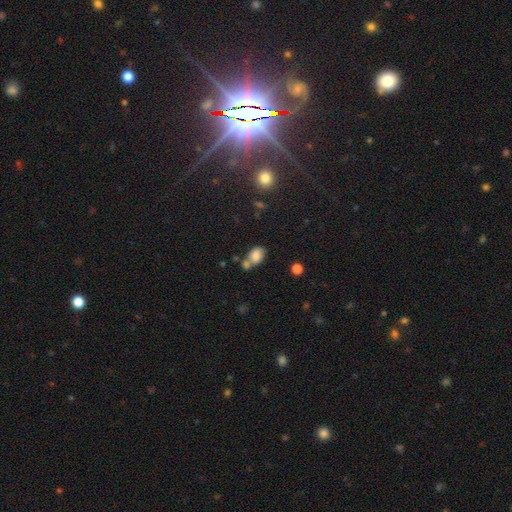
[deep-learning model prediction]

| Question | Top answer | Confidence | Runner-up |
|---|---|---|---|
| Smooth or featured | smooth | 80% | star or artifact (11%) |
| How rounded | in between | 77% | round (22%) |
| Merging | merger | 40% | none (39%) |